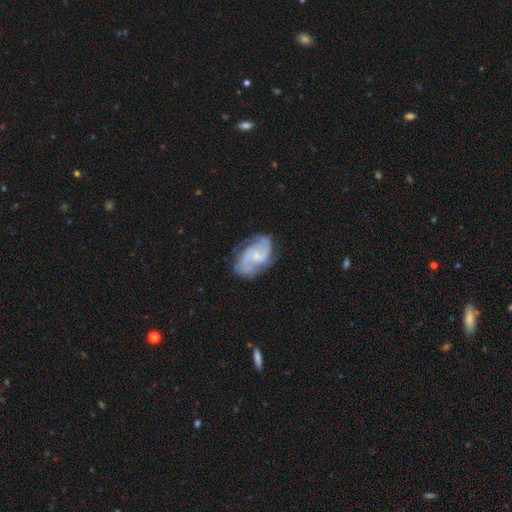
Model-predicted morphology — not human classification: This is clearly a featured or disk galaxy (84%). It is clearly not viewed edge-on (97%). Bar: possibly no (51%). Spiral arm pattern: clearly yes (95%). Spiral arm count: likely 2 (73%). Spiral winding: possibly medium (52%). Central bulge: possibly small (58%). Merging: likely none (65%).